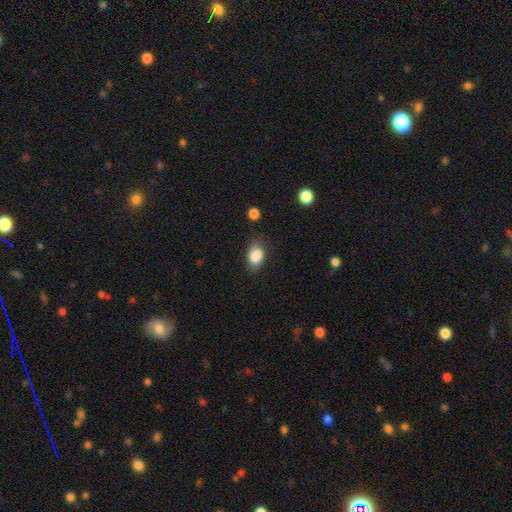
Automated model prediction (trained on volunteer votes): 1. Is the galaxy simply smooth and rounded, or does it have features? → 86% smooth, 8% star or artifact, 6% featured or disk.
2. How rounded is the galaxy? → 77% in between, 22% round, 1% cigar-shaped.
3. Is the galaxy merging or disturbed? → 70% none, 22% minor disturbance, 6% major disturbance, 2% merger.